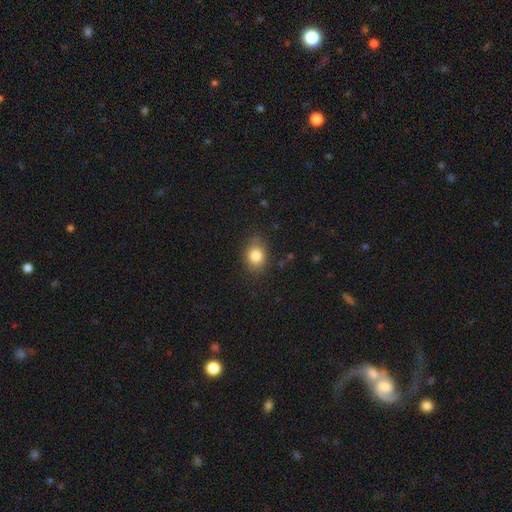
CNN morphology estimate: This is clearly a smooth galaxy (83%). How rounded: possibly in between (49%, tied with round). Merging: likely none (78%).